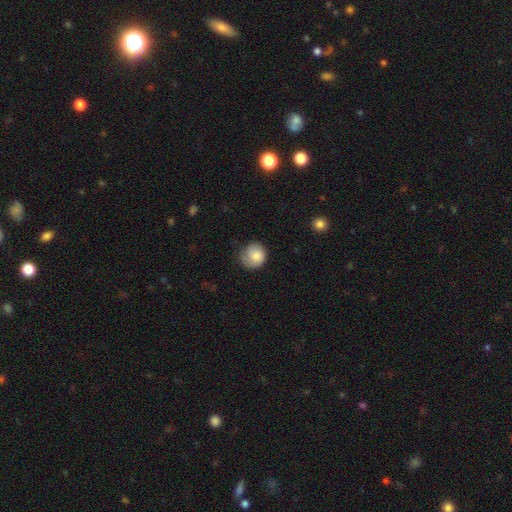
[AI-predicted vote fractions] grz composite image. It shows a smooth galaxy with no disk features (80%) that is round (84%). Merging: none (59%).